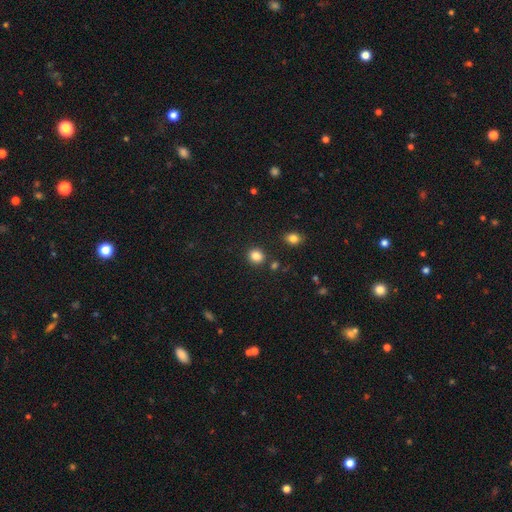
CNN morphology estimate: This is clearly a smooth galaxy (85%). How rounded: likely round (80%). Merging: clearly none (86%).